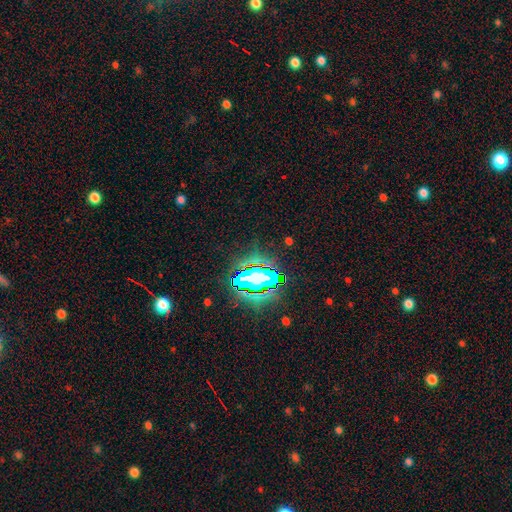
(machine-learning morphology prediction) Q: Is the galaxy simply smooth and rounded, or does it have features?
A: star or artifact — 84%.